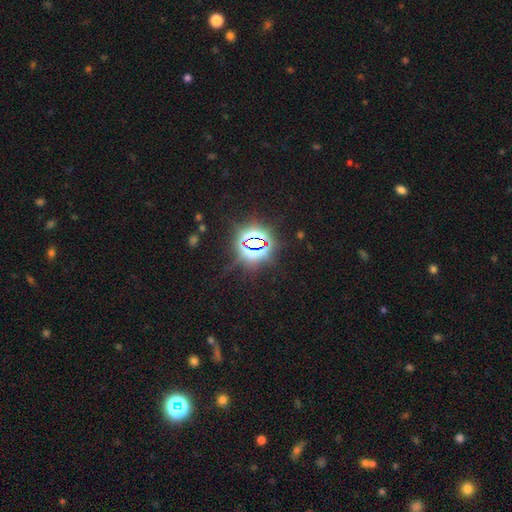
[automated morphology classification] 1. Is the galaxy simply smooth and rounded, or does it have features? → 81% star or artifact, 11% smooth, 8% featured or disk.